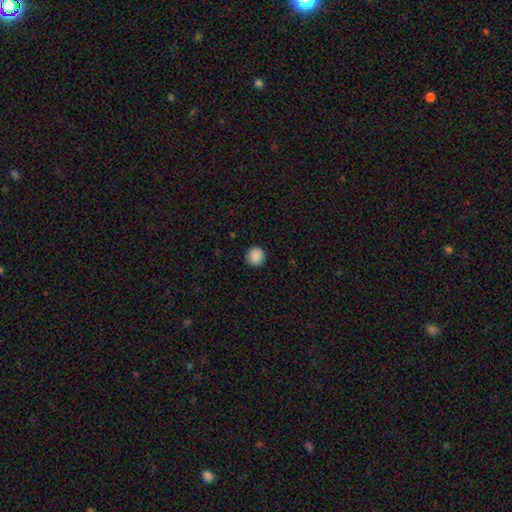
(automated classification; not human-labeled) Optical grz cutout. It shows a smooth galaxy with no disk features (89%) that is round (95%). Merging: none (92%).